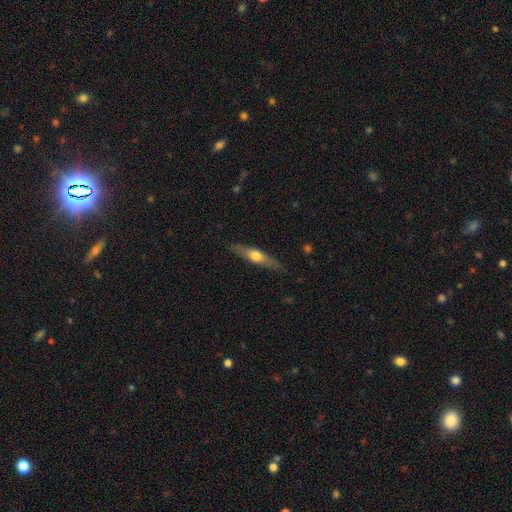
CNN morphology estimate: featured or disk 50%, smooth 45%, star or artifact 6%. Down the decision tree: merging — none (85%).